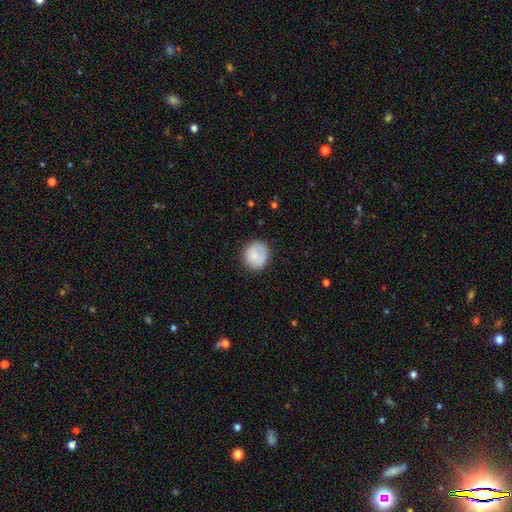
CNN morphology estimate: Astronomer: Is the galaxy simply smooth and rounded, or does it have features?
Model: smooth — 76%.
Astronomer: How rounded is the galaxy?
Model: round — 85%.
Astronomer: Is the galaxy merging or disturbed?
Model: none — 77%.